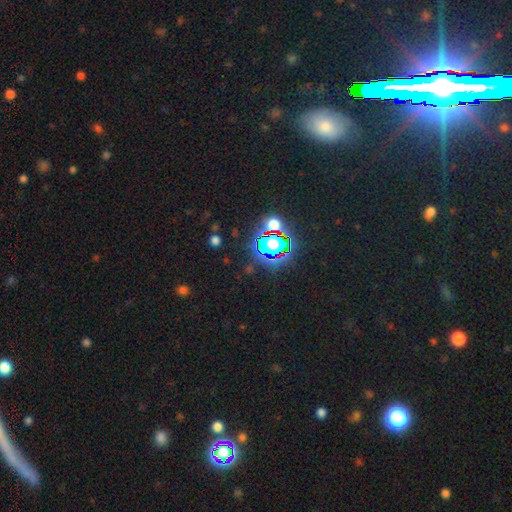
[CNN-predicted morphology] smooth_or_featured: star or artifact (p=0.79) [alt: smooth p=0.12]